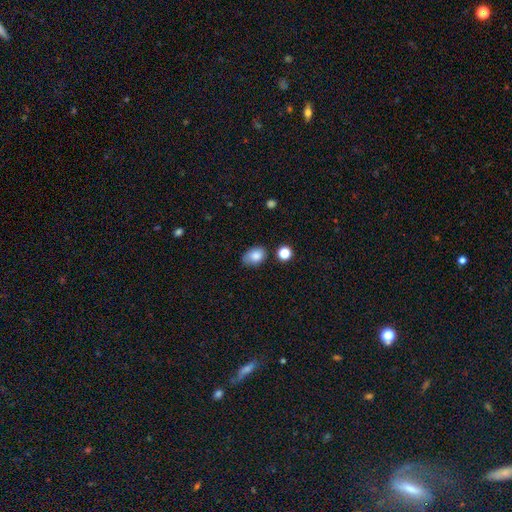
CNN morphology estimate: Q: Smooth or featured?
A: smooth (84%); runner-up: star or artifact (9%)
Q: How rounded?
A: in between (79%); runner-up: round (20%)
Q: Merging?
A: none (65%); runner-up: minor disturbance (25%)